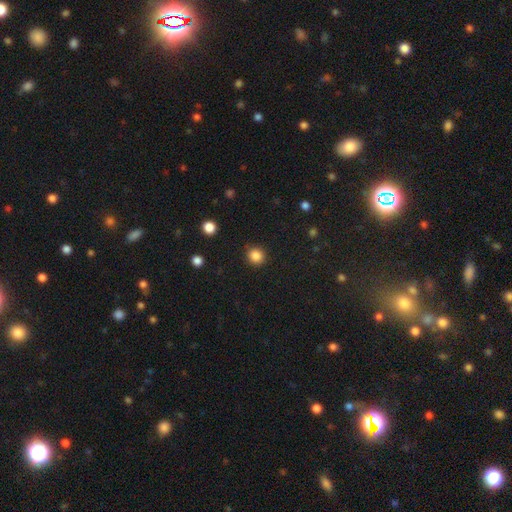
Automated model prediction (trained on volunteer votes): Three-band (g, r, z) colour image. It shows a smooth galaxy with no disk features (86%) that is round (91%). Merging: none (89%).